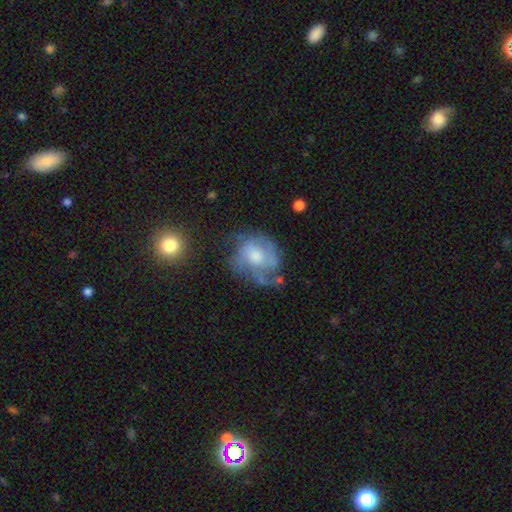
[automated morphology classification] This appears to be a featured or disk galaxy (60%) with no bar (73%), spiral arms (70%) and a moderate central bulge (56%). Merging: none (49%).